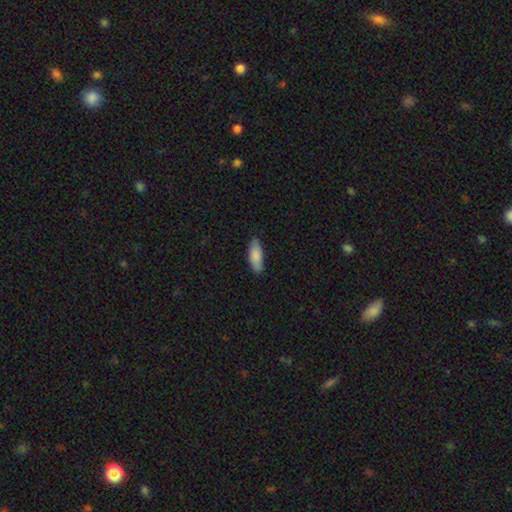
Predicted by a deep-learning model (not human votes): smooth_or_featured: smooth (p=0.87) [alt: featured or disk p=0.08]
how_rounded: in between (p=0.75) [alt: cigar-shaped p=0.24]
merging: none (p=0.85) [alt: minor disturbance p=0.12]